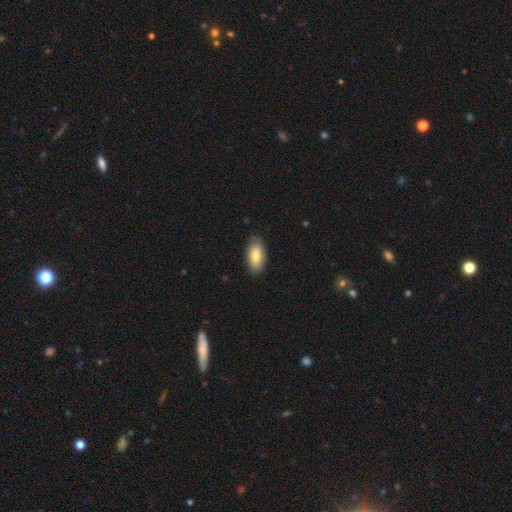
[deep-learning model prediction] A smooth galaxy with no disk features (80%) that is in between round and cigar-shaped (92%). Merging: none (83%).